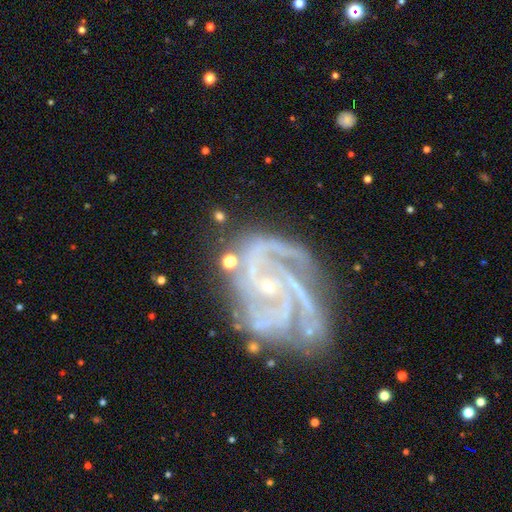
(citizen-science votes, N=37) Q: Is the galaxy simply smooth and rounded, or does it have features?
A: featured or disk — 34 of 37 (92%).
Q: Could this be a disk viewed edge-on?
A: no — 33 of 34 (97%).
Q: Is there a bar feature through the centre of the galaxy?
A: no — 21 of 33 (64%).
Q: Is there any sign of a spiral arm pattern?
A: yes — 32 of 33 (97%).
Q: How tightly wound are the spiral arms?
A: medium — 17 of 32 (53%).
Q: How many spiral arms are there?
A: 3 — 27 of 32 (84%).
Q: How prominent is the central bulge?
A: small — 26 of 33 (79%).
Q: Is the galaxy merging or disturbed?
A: none — 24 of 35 (69%).